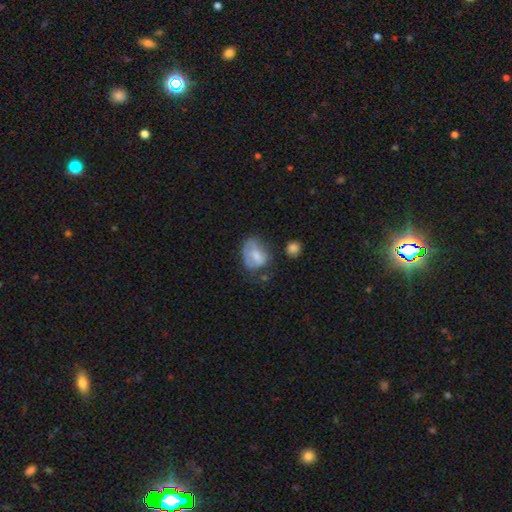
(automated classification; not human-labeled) Smooth or featured? smooth (53%)
How rounded? in between (69%)
Merging? none (38%)